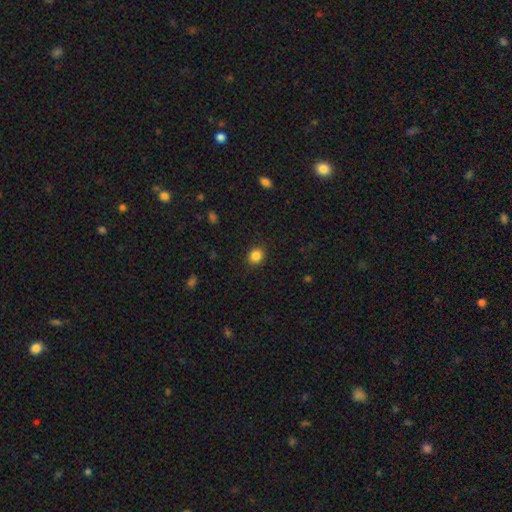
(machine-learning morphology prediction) Smooth or featured? smooth (85%)
How rounded? round (75%)
Merging? none (88%)